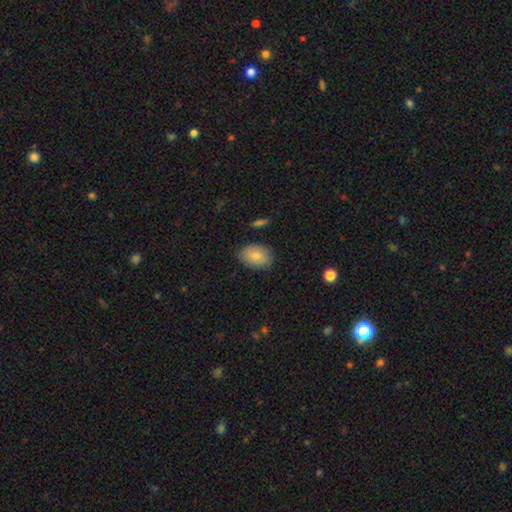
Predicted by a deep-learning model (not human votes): smooth 82%, featured or disk 11%, star or artifact 7%. Down the decision tree: how rounded — in between (83%); merging — none (81%).